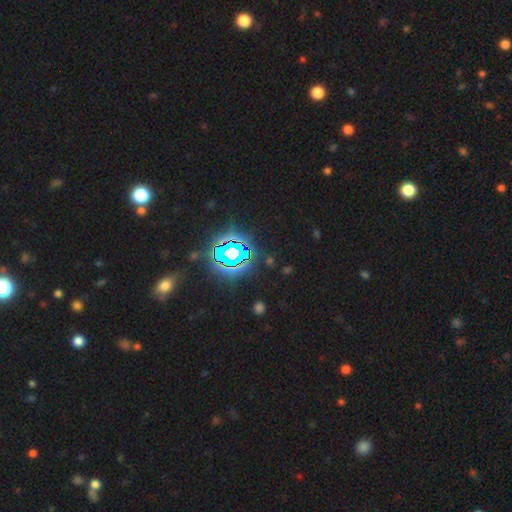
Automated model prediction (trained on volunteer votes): Smooth or featured? Predicted: star or artifact (p=0.84).